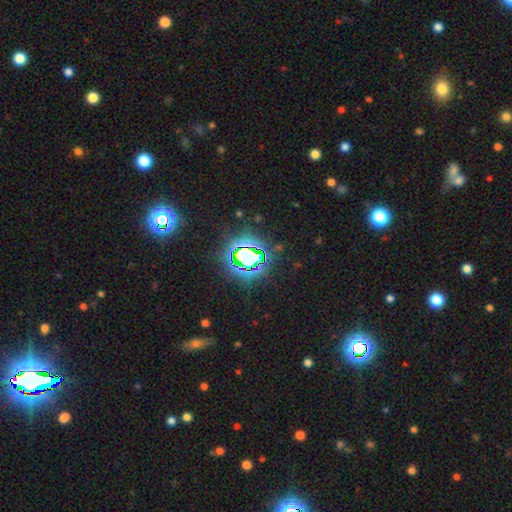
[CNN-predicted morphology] A star or artifact, not a galaxy (78%).